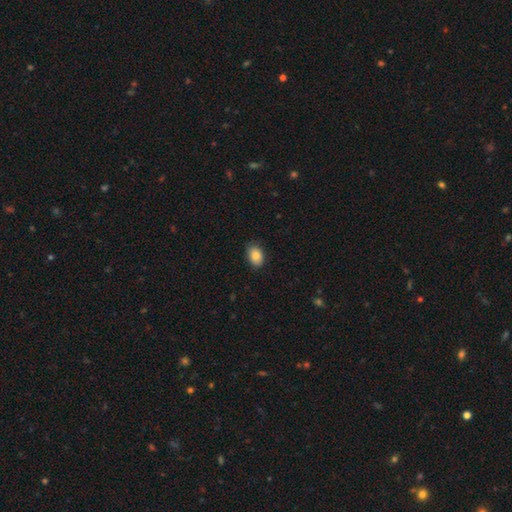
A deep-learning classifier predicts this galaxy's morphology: Smooth or featured: smooth — 85% (star or artifact — 8%)
How rounded: in between — 82% (round — 16%)
Merging: none — 84% (minor disturbance — 13%)